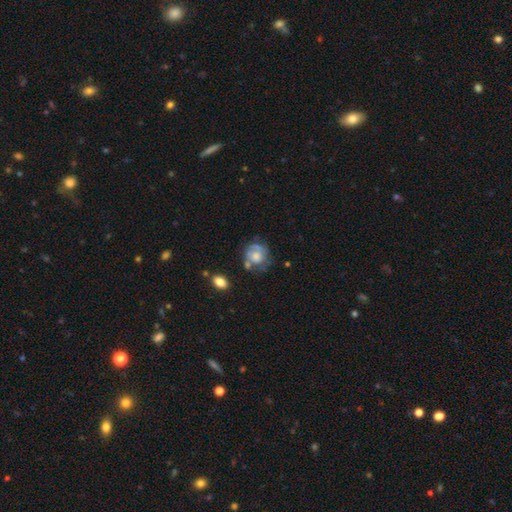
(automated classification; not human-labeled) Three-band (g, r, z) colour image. It shows a smooth galaxy with no disk features (48%). Merging: none (50%).